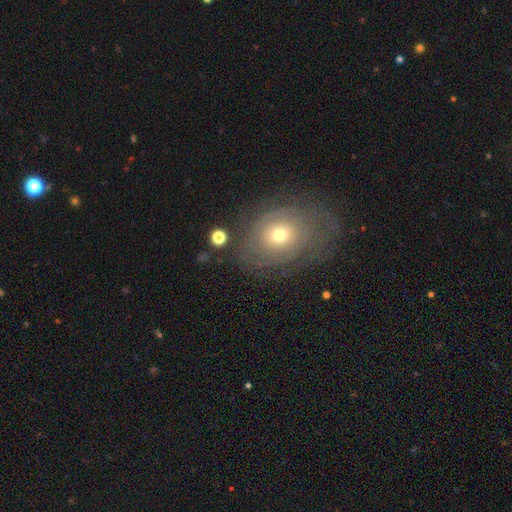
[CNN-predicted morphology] Smooth or featured: smooth — 50% (featured or disk — 30%)
How rounded: in between — 58% (round — 40%)
Merging: none — 76% (minor disturbance — 15%)